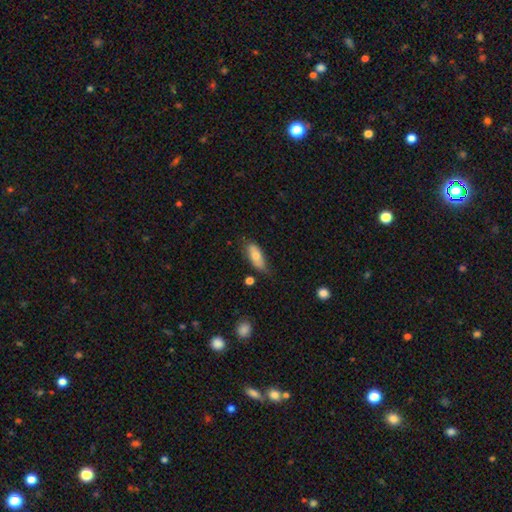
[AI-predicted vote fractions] This appears to be a smooth galaxy with no disk features (74%) that is in between round and cigar-shaped (79%). Merging: none (63%).